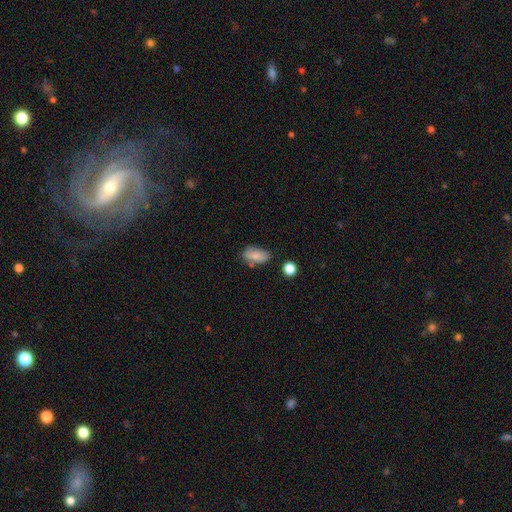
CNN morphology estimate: A smooth galaxy with no disk features (78%) that is in between round and cigar-shaped (89%). Merging: none (59%).